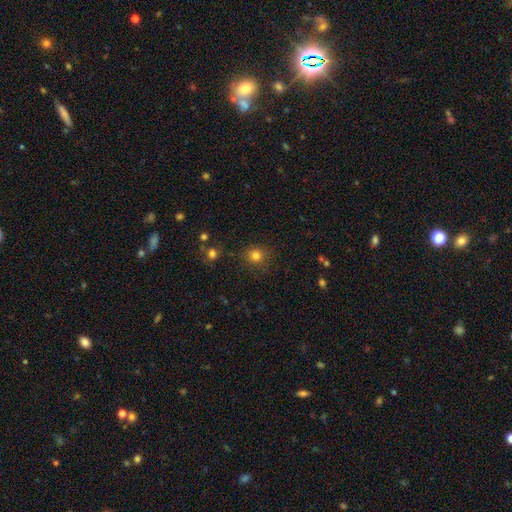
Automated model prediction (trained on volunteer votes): Smooth or featured? Predicted: smooth (p=0.80). How rounded? Predicted: round (p=0.89). Merging? Predicted: none (p=0.85).